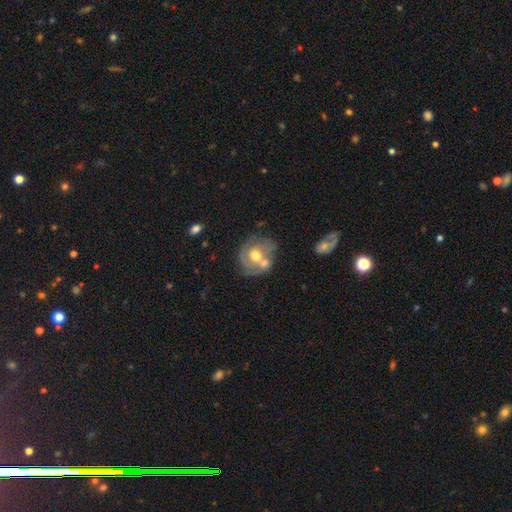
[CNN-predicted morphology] Q: Smooth or featured?
A: featured or disk (55%); runner-up: smooth (39%)
Q: Edge-on disk?
A: no (97%); runner-up: yes (3%)
Q: Bar?
A: no (80%); runner-up: weak (17%)
Q: Spiral arms?
A: no (51%); runner-up: yes (49%)
Q: Bulge size?
A: moderate (74%); runner-up: large (12%)
Q: Merging?
A: merger (40%); runner-up: none (35%)